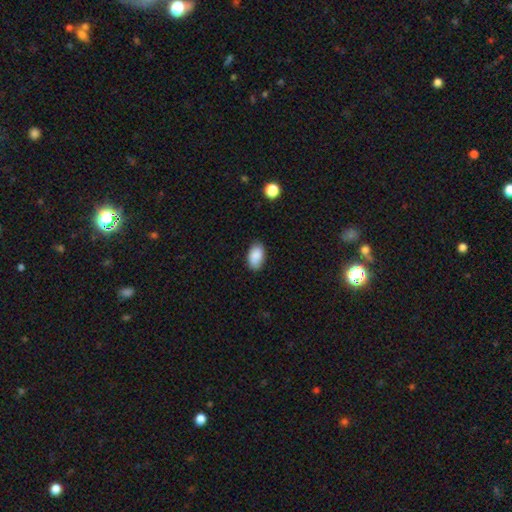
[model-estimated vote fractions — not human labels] Smooth or featured? Predicted: smooth (p=0.88). How rounded? Predicted: in between (p=0.93). Merging? Predicted: none (p=0.82).